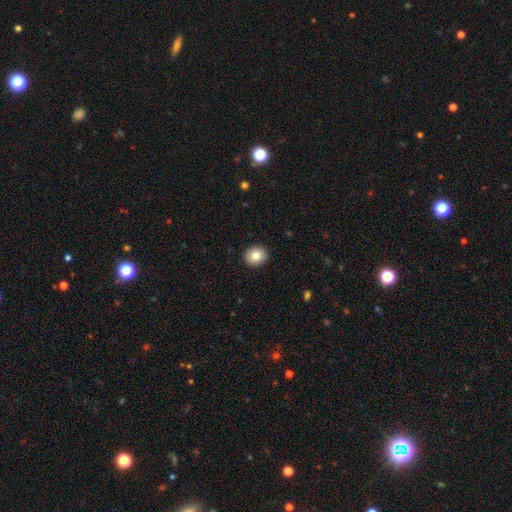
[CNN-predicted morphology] A smooth galaxy with no disk features (84%) that is round (76%). Merging: none (92%).